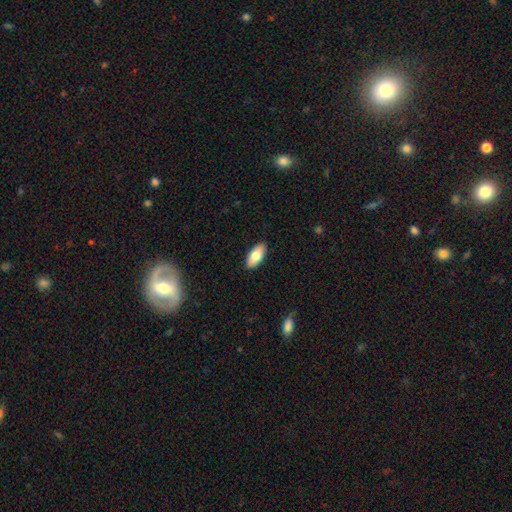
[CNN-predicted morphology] This appears to be a smooth galaxy with no disk features (79%) that is in between round and cigar-shaped (89%). Merging: none (89%).